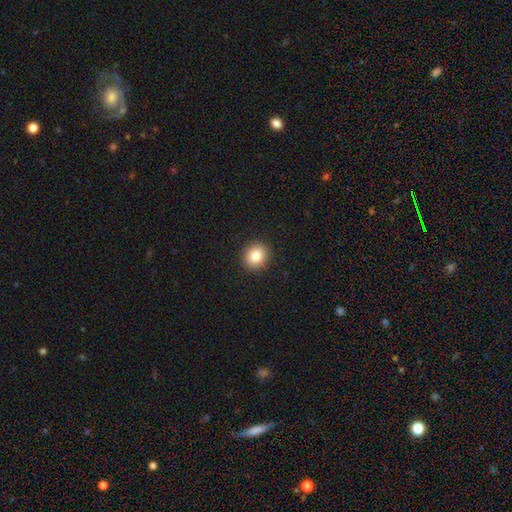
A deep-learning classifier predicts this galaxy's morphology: Smooth or featured: smooth — 84% (star or artifact — 10%)
How rounded: round — 77% (in between — 22%)
Merging: none — 91% (minor disturbance — 6%)